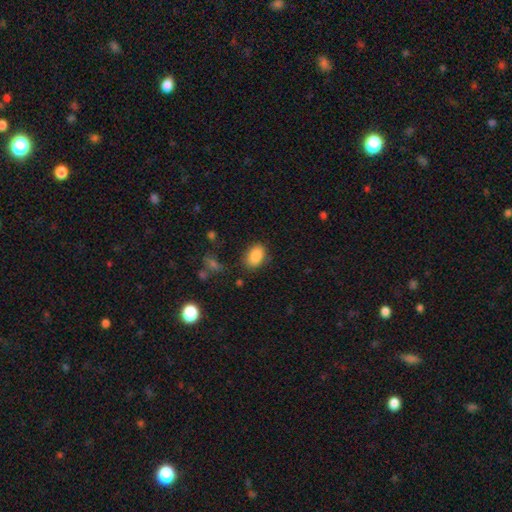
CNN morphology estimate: smooth-or-featured: smooth: 87% | star or artifact: 8% | featured or disk: 5%
  how-rounded: in between: 88% | round: 11% | cigar-shaped: 1%
  merging: none: 80% | minor disturbance: 14% | major disturbance: 4% | merger: 2%